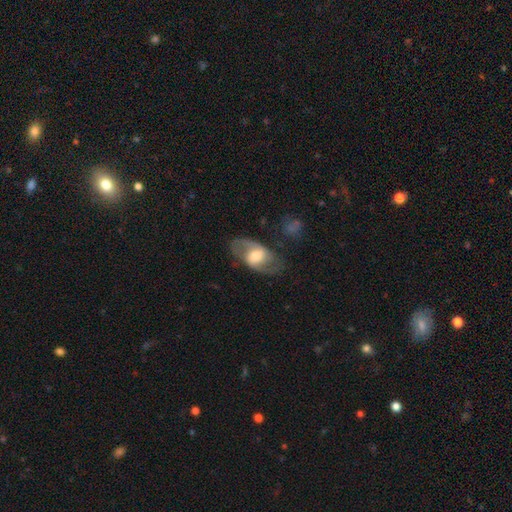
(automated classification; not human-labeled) Morphology: type=featured or disk (68%); edge-on=no (93%); bar=weak (44%); spiral arms=yes (79%); winding=medium (48%); arm count=2 (86%); bulge=moderate (60%); merging=none (75%).